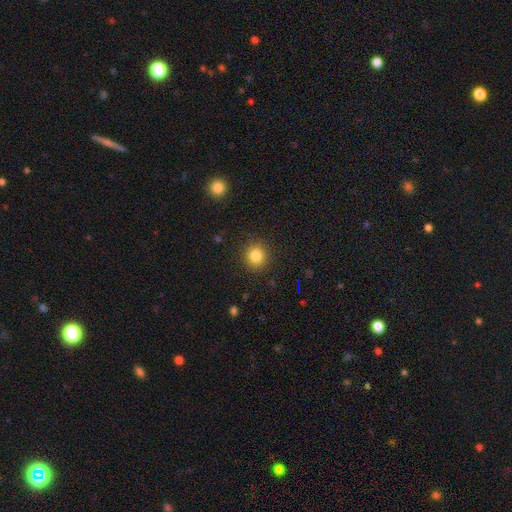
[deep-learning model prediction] Smooth or featured? smooth (83%)
How rounded? round (89%)
Merging? none (90%)